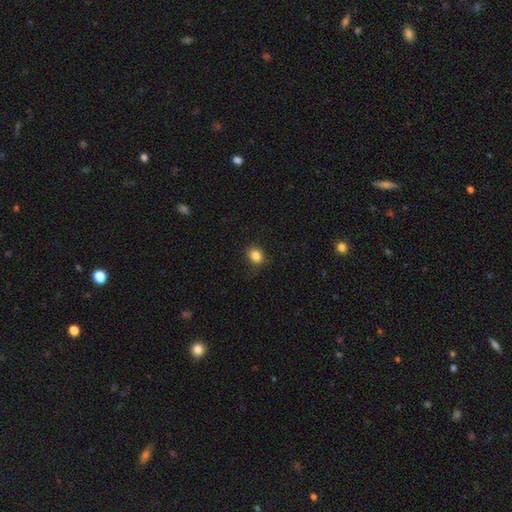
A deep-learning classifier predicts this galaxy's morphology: This is clearly a smooth galaxy (84%). How rounded: possibly round (55%). Merging: clearly none (82%).